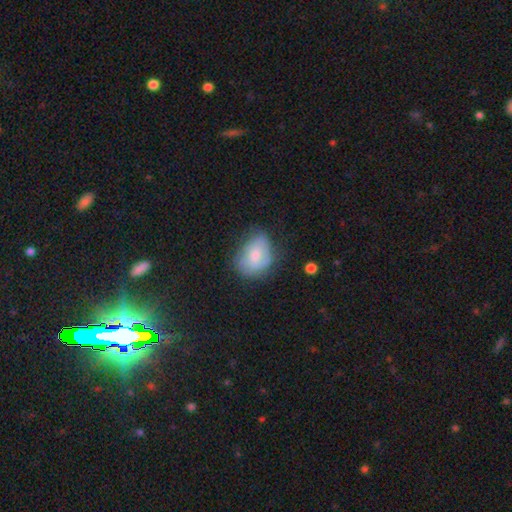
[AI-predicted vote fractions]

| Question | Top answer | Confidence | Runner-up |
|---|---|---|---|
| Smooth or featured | smooth | 58% | featured or disk (34%) |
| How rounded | in between | 64% | round (35%) |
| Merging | none | 52% | minor disturbance (32%) |